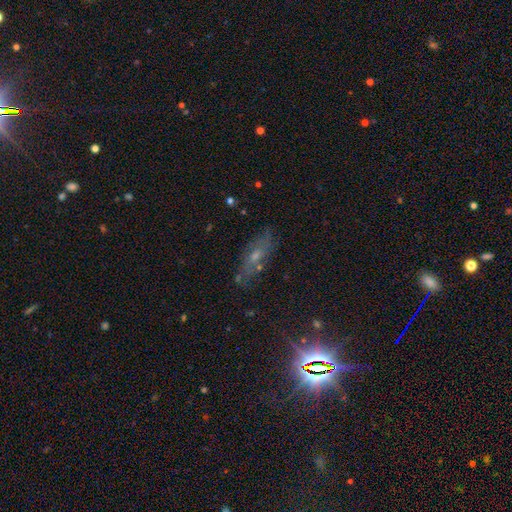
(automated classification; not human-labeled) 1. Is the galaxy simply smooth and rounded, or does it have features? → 48% featured or disk, 31% smooth, 22% star or artifact.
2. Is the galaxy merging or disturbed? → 70% none, 18% minor disturbance, 8% major disturbance, 4% merger.